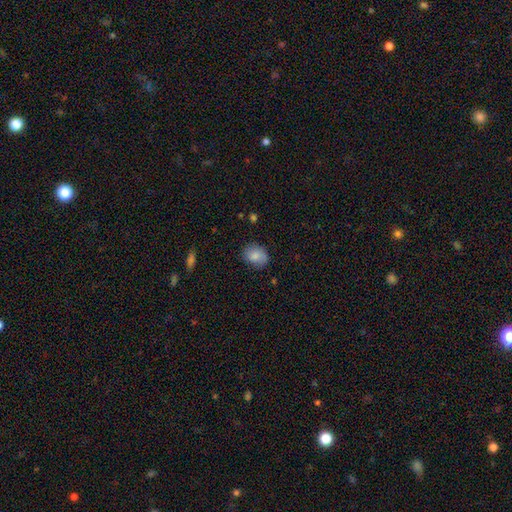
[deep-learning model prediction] The model was most divided on "how rounded": in between: 60%, round: 39%, cigar-shaped: 1%. More confident: smooth or featured — smooth (82%); merging — none (74%).